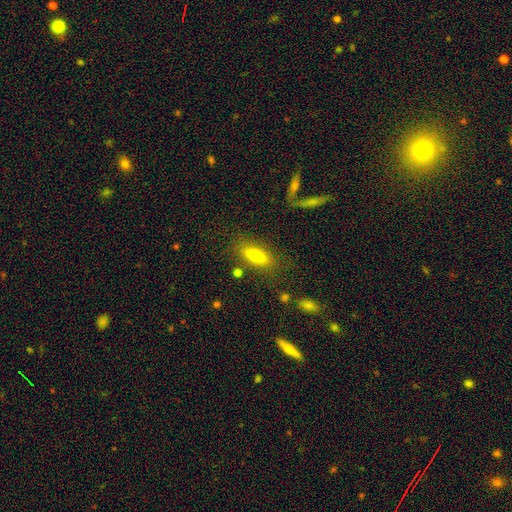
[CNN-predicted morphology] type=smooth (71%); roundness=in between (68%); merging=none (79%).